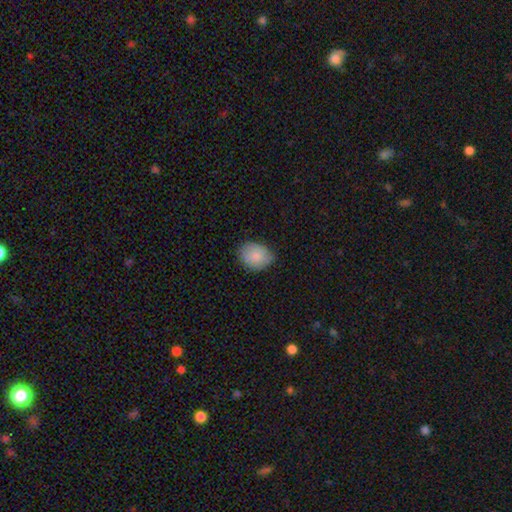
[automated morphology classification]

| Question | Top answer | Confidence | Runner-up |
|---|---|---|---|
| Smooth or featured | smooth | 84% | featured or disk (9%) |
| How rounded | in between | 51% | round (48%) |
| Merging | none | 68% | minor disturbance (27%) |